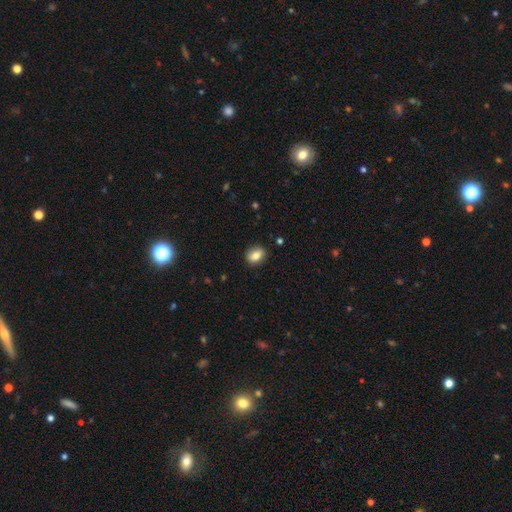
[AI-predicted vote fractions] Smooth or featured?
  - smooth: 80% *
  - featured or disk: 12%
  - star or artifact: 8%
How rounded?
  - in between: 60% *
  - round: 38%
  - cigar-shaped: 2%
Merging?
  - none: 86% *
  - minor disturbance: 10%
  - major disturbance: 2%
  - merger: 1%